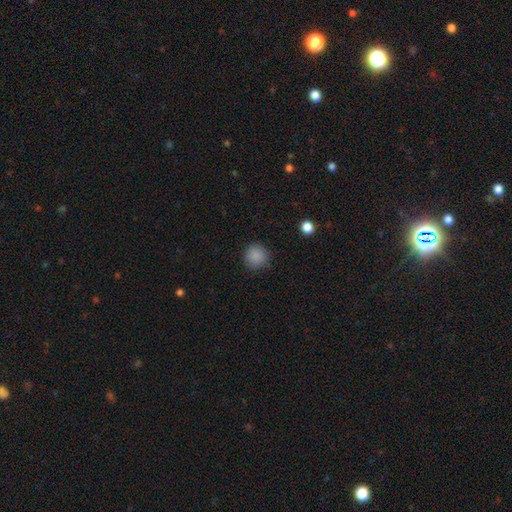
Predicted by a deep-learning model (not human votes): Smooth or featured? smooth (87%)
How rounded? round (93%)
Merging? none (88%)